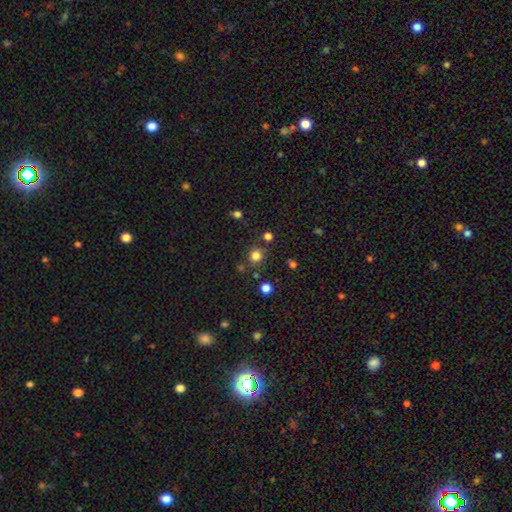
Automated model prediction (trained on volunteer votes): A smooth galaxy with no disk features (79%) that is round (90%). Merging: none (83%).